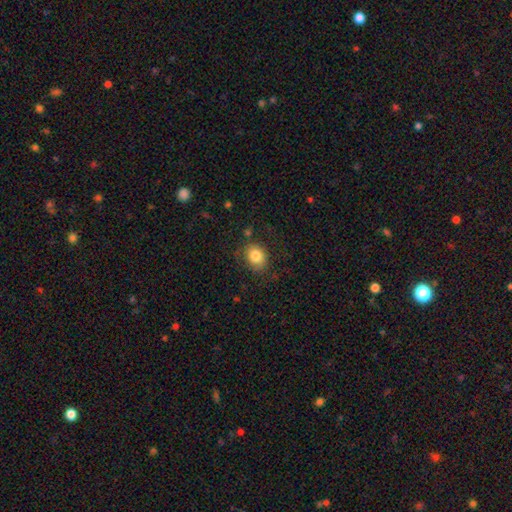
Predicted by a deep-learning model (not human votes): Smooth or featured? Predicted: smooth (p=0.82). How rounded? Predicted: round (p=0.55). Merging? Predicted: none (p=0.78).